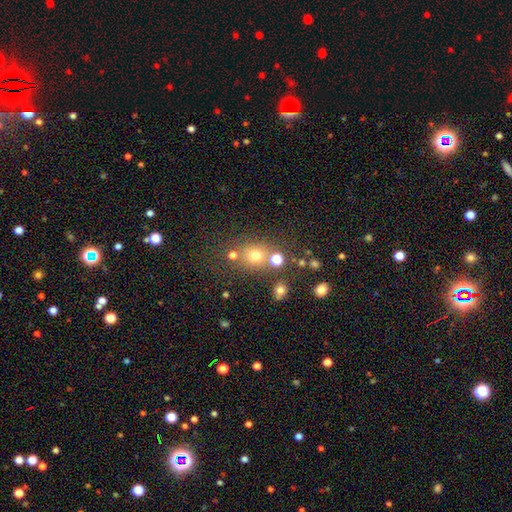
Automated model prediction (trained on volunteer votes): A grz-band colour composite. It shows a smooth galaxy with no disk features (69%) that is round (75%). Merging: none (68%).